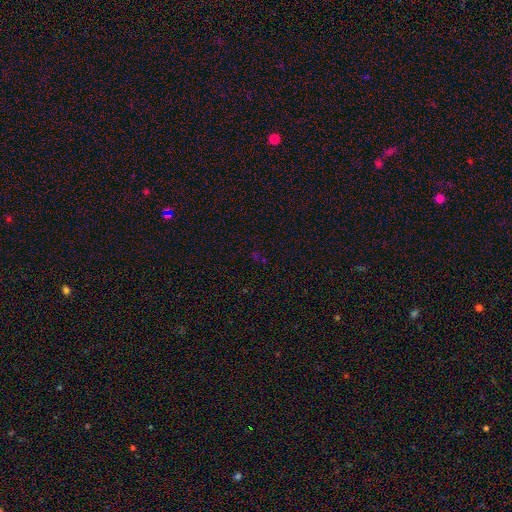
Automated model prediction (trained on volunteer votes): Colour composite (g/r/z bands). It shows a star or artifact, not a galaxy (61%).